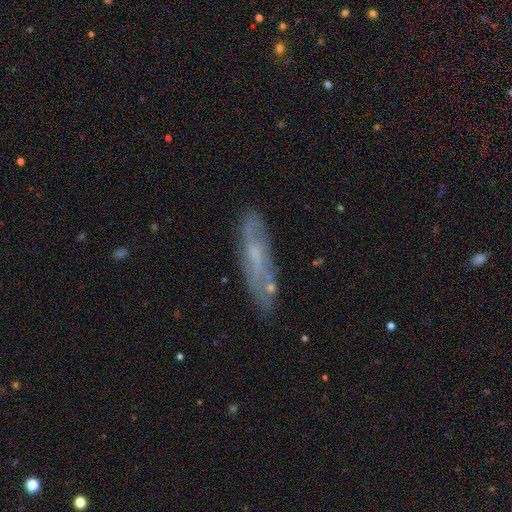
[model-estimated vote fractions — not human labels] A featured or disk galaxy (54%).

Vote fractions:
- Smooth or featured? featured or disk: 54% / smooth: 37% / star or artifact: 8%
- Edge-on disk? no: 58% / yes: 42%
- Merging? none: 74% / minor disturbance: 18% / major disturbance: 5% / merger: 4%